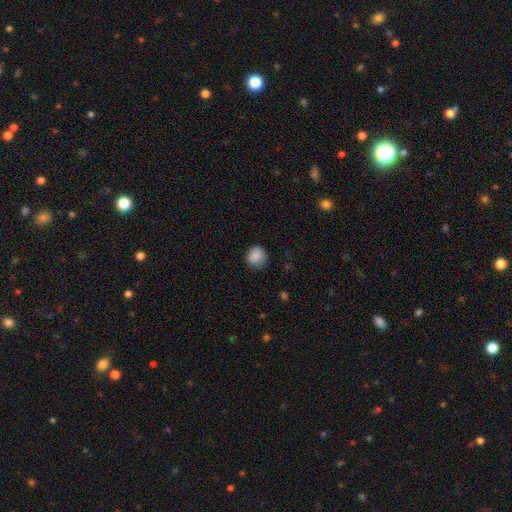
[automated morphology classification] Smooth or featured? Predicted: smooth (p=0.87). How rounded? Predicted: round (p=0.90). Merging? Predicted: none (p=0.81).